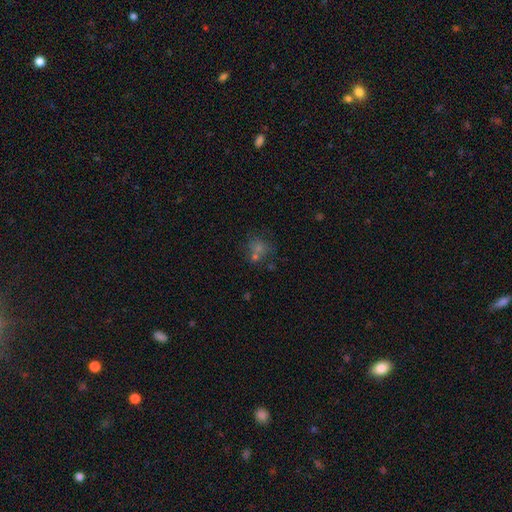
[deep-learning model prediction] smooth 50%, star or artifact 34%, featured or disk 16%. Down the decision tree: merging — none (60%).